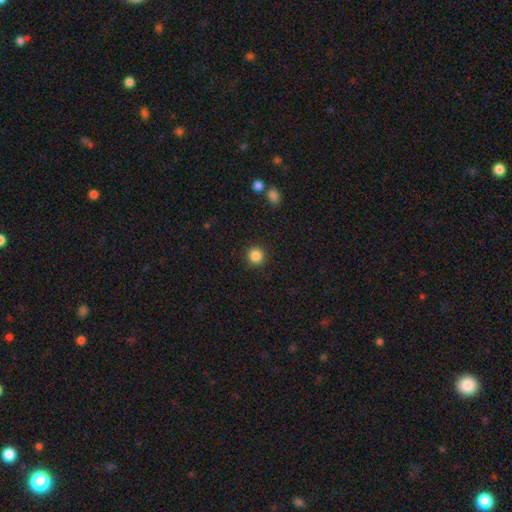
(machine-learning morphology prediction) The model was most divided on "smooth or featured": smooth: 86%, star or artifact: 11%, featured or disk: 4%. More confident: how rounded — round (94%); merging — none (92%).